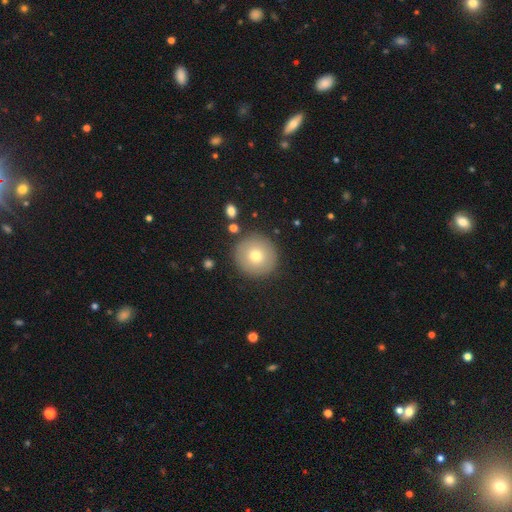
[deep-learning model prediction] This is likely a smooth galaxy (72%). How rounded: clearly round (95%). Merging: clearly none (88%).